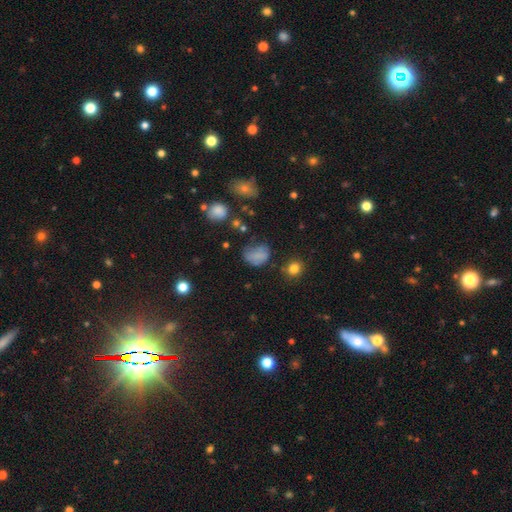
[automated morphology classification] Overall: smooth (70%). How rounded: in between (55%; round 44%). Merging: none (46%; minor disturbance 30%).